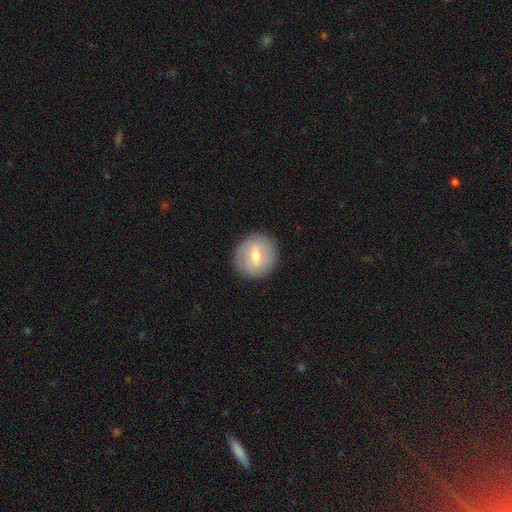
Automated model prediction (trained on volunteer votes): Q: Smooth or featured?
A: smooth (56%); runner-up: featured or disk (36%)
Q: How rounded?
A: round (90%); runner-up: in between (9%)
Q: Merging?
A: none (89%); runner-up: minor disturbance (8%)